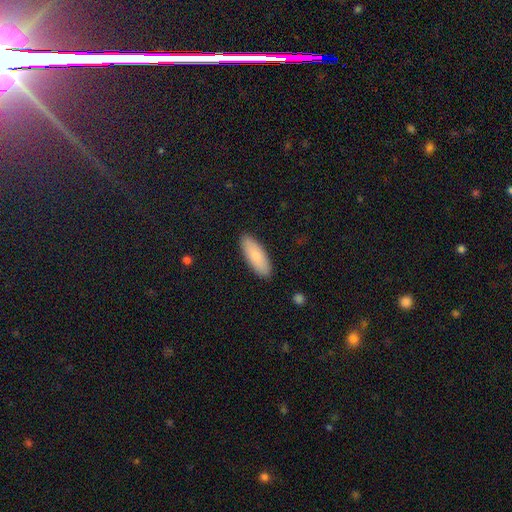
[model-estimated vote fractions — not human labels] This appears to be a smooth galaxy with no disk features (85%) that is in between round and cigar-shaped (68%). Merging: none (90%).